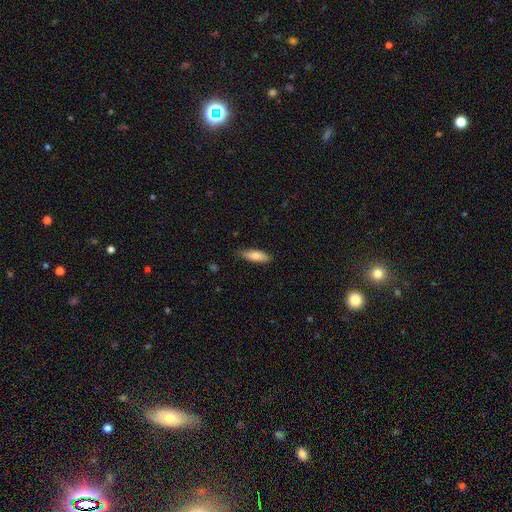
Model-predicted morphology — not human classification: Smooth or featured? Predicted: smooth (p=0.79). How rounded? Predicted: in between (p=0.50). Merging? Predicted: none (p=0.82).